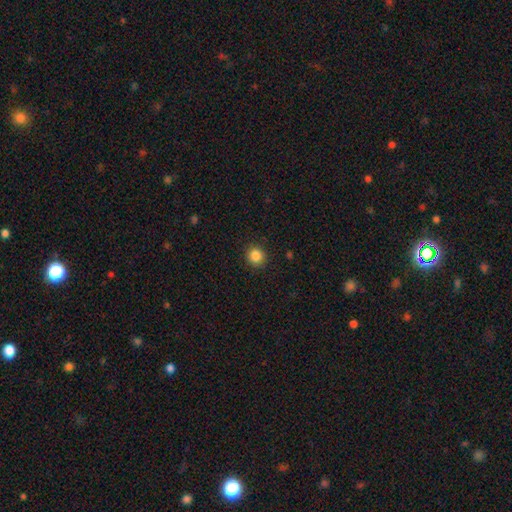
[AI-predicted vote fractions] Smooth or featured? smooth (86%)
How rounded? round (91%)
Merging? none (91%)